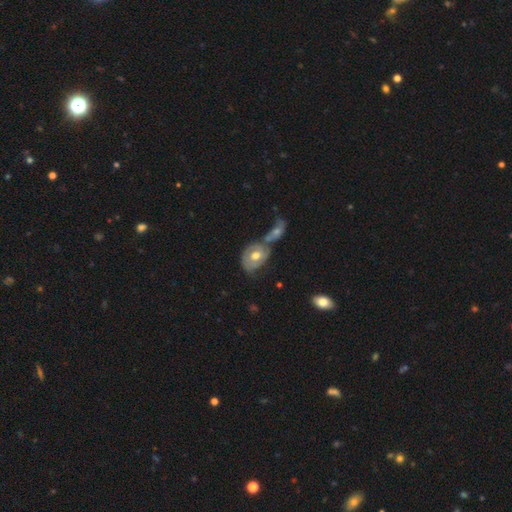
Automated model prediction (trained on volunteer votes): Smooth or featured? featured or disk (51%)
Edge-on disk? no (93%)
Merging? merger (49%)